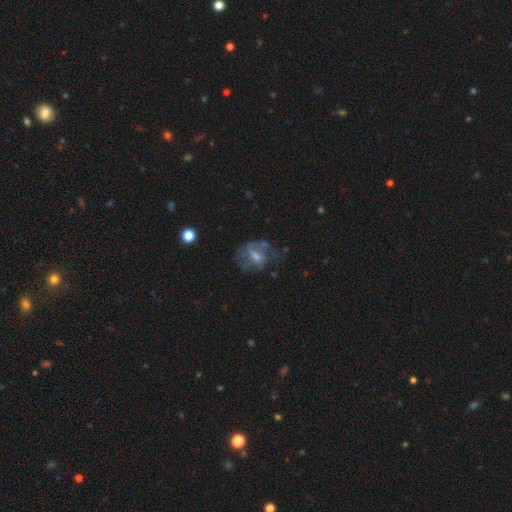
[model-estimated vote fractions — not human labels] smooth_or_featured: featured or disk (p=0.59) [alt: smooth p=0.28]
disk_edge_on: no (p=0.95) [alt: yes p=0.05]
bar: weak (p=0.47) [alt: no p=0.35]
has_spiral_arms: yes (p=0.63) [alt: no p=0.37]
bulge_size: moderate (p=0.42) [alt: small p=0.38]
merging: none (p=0.50) [alt: major disturbance p=0.24]